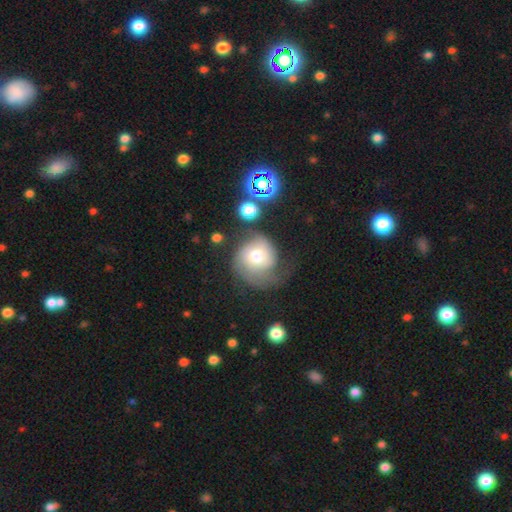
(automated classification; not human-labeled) Q: Smooth or featured?
A: smooth (46%); runner-up: featured or disk (43%)
Q: Merging?
A: major disturbance (36%); runner-up: none (35%)